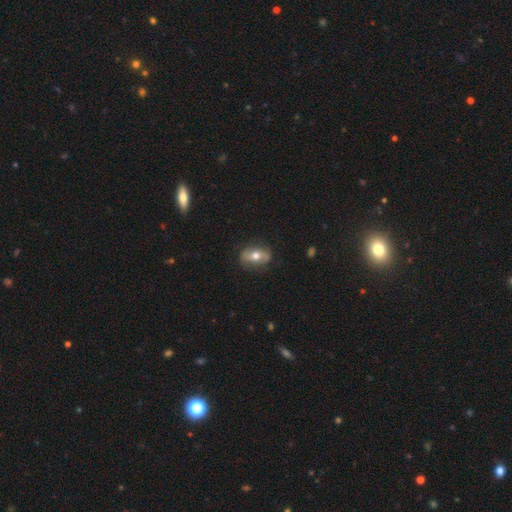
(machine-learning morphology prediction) The model was most divided on "smooth or featured" (2-way tie): featured or disk: 46%, smooth: 46%, star or artifact: 7%. More confident: merging — none (78%).